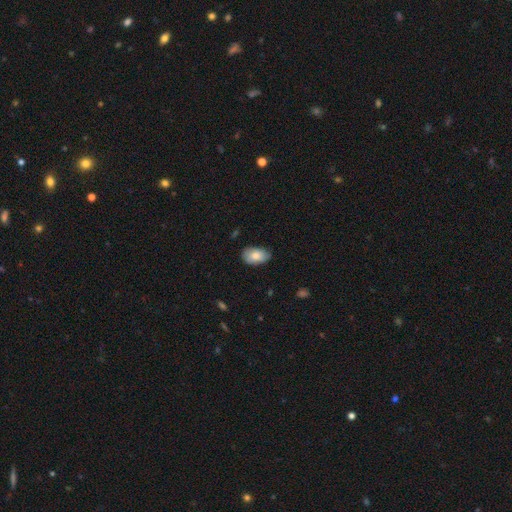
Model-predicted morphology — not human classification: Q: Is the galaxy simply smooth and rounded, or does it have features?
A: smooth — 79%.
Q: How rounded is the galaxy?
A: in between — 92%.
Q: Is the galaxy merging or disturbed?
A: none — 73%.